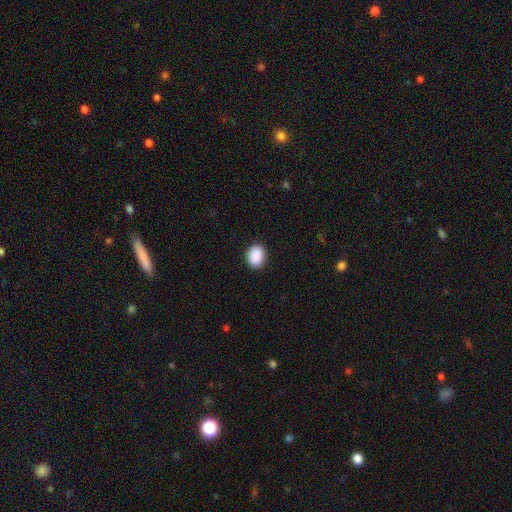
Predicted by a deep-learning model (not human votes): Morphology: type=smooth (90%); roundness=in between (66%); merging=none (89%).